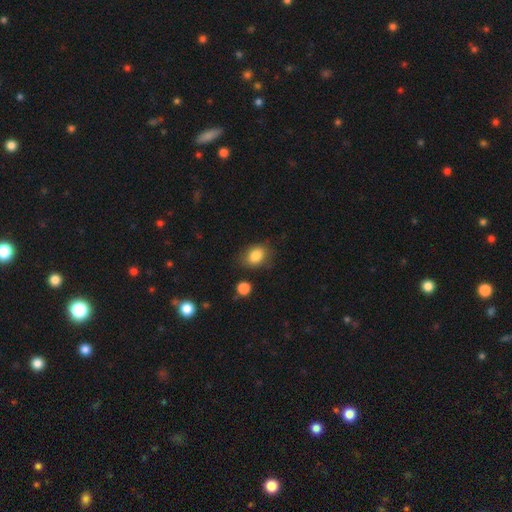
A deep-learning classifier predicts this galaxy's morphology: The model was most divided on "how rounded": in between: 67%, round: 32%, cigar-shaped: 1%. More confident: smooth or featured — smooth (84%); merging — none (74%).